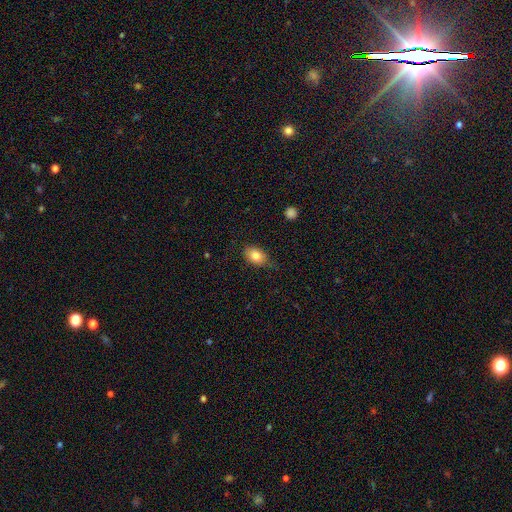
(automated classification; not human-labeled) Smooth or featured? smooth (82%)
How rounded? in between (83%)
Merging? none (71%)